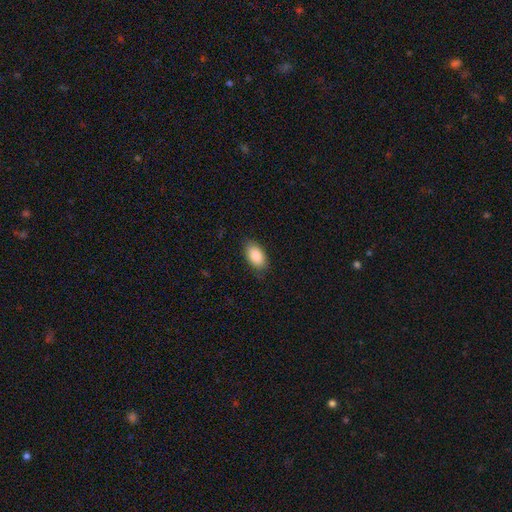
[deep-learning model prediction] This is clearly a smooth galaxy (86%). How rounded: clearly in between (93%). Merging: clearly none (85%).